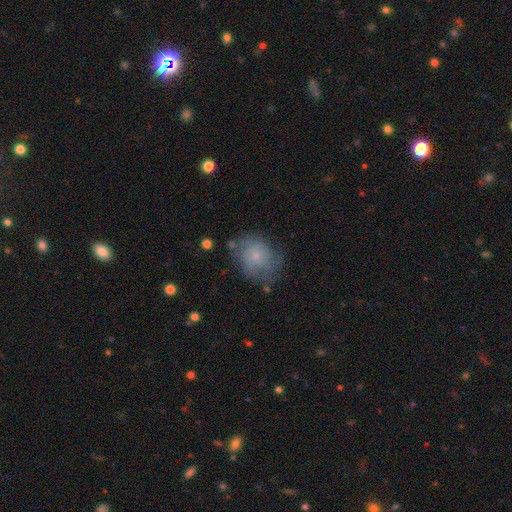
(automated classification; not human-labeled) Smooth or featured? Predicted: smooth (p=0.57). How rounded? Predicted: round (p=0.63). Merging? Predicted: none (p=0.55).